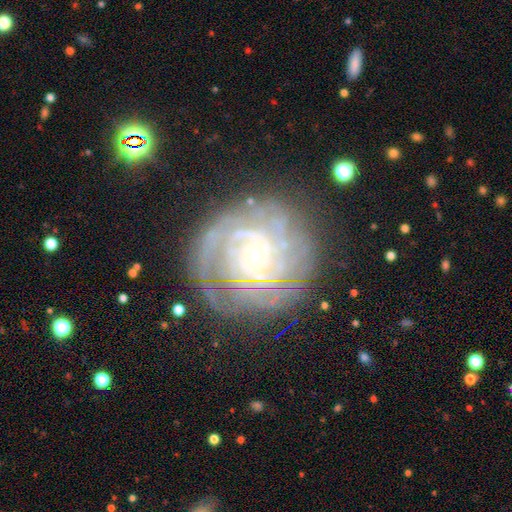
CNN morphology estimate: Overall: featured or disk (84%). Edge-on disk: no (97%). Bar: no (67%). Spiral arms: yes (95%). Spiral arm count: can't tell (33%; 2 17%). Spiral winding: tight (76%). Bulge size: small (82%). Merging: none (76%).